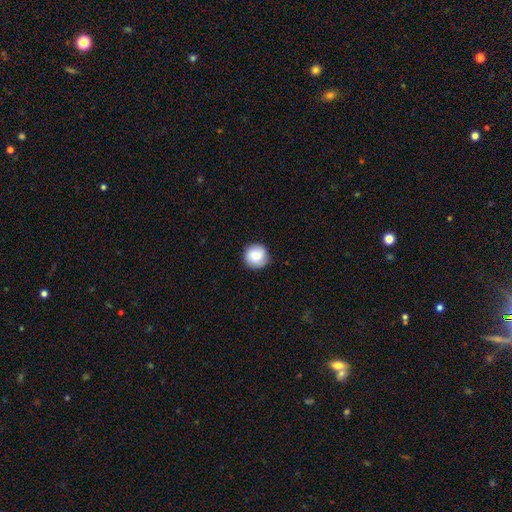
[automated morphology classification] A smooth galaxy with no disk features (80%) that is round (95%). Merging: none (86%).